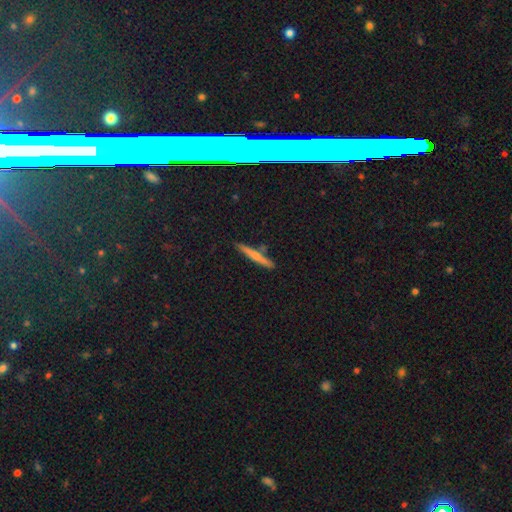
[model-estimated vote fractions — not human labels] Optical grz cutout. It shows a smooth galaxy with no disk features (51%) that is cigar-shaped (94%). Merging: none (82%).